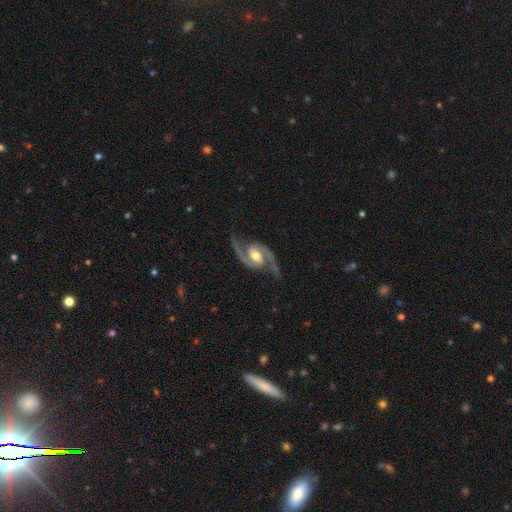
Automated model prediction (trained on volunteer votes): Smooth or featured: featured or disk — 94% (star or artifact — 4%)
Edge-on disk: no — 98% (yes — 2%)
Bar: weak — 45% (no — 32%)
Spiral arms: yes — 98% (no — 2%)
Spiral winding: medium — 62% (loose — 24%)
Spiral arm count: 2 — 94% (3 — 1%)
Bulge size: moderate — 71% (small — 18%)
Merging: none — 82% (minor disturbance — 12%)